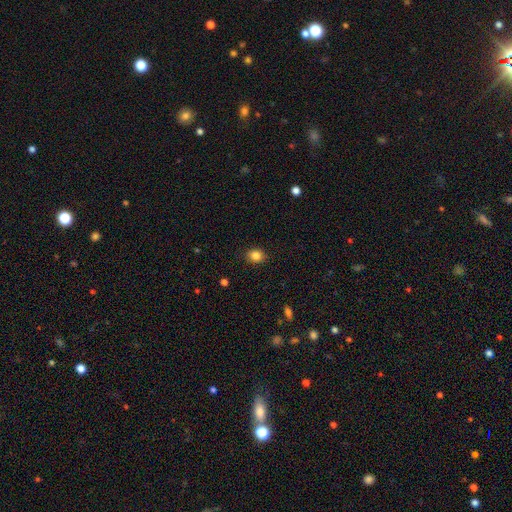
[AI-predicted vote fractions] This appears to be a smooth galaxy with no disk features (84%) that is round (61%). Merging: none (89%).